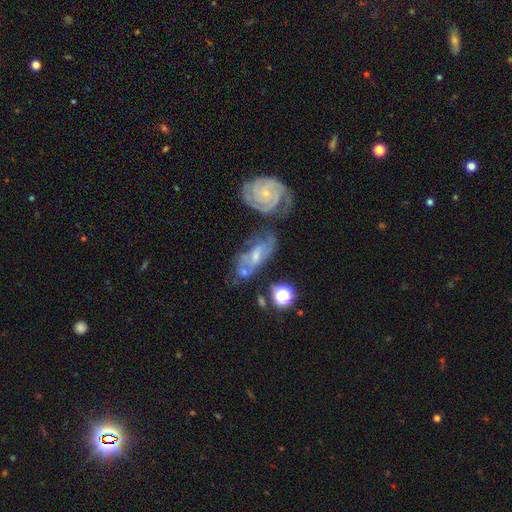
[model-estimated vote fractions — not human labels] Smooth or featured: featured or disk — 76% (smooth — 15%)
Edge-on disk: no — 92% (yes — 8%)
Bar: no — 52% (weak — 35%)
Spiral arms: yes — 90% (no — 10%)
Spiral winding: tight — 62% (medium — 30%)
Spiral arm count: can't tell — 35% (2 — 33%)
Bulge size: small — 68% (moderate — 24%)
Merging: none — 42% (merger — 28%)